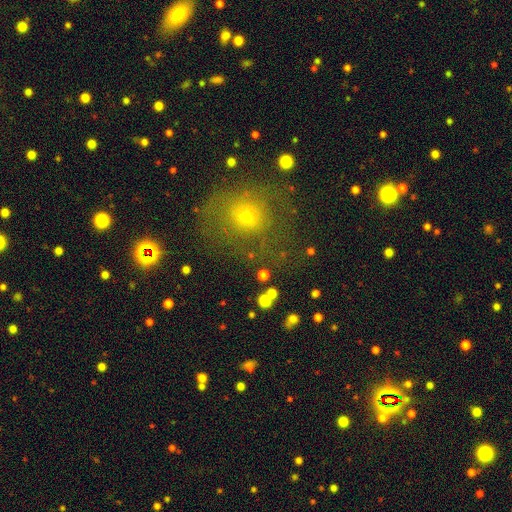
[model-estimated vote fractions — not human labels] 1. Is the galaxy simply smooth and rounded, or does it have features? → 43% smooth, 35% star or artifact, 22% featured or disk.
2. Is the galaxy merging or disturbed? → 76% none, 13% minor disturbance, 8% major disturbance, 3% merger.